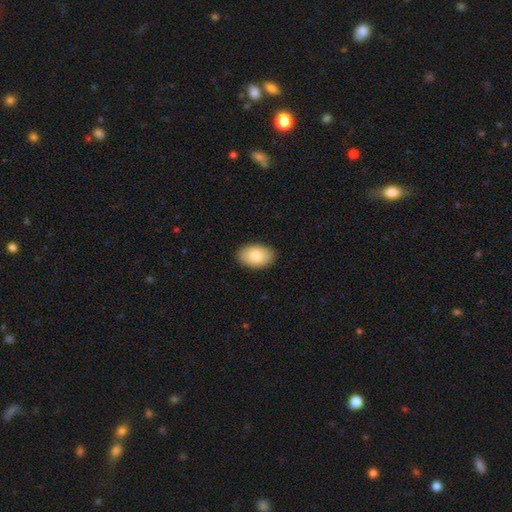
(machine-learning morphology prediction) Overall: smooth (83%). How rounded: in between (91%). Merging: none (89%).